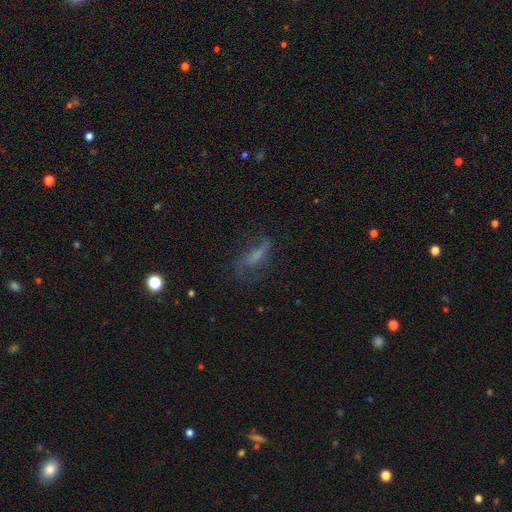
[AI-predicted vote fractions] Q: Smooth or featured?
A: featured or disk (50%); runner-up: smooth (34%)
Q: Edge-on disk?
A: no (78%); runner-up: yes (22%)
Q: Merging?
A: none (51%); runner-up: major disturbance (24%)